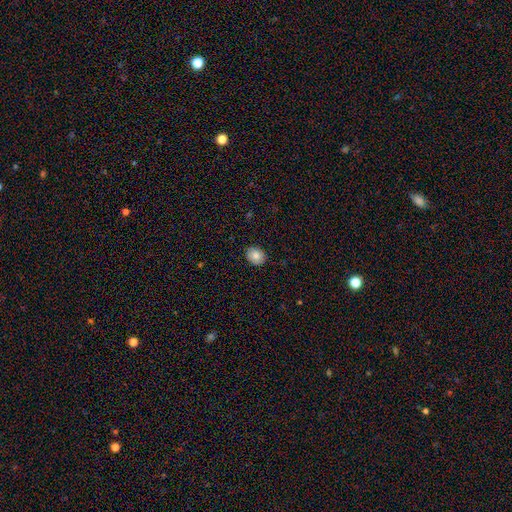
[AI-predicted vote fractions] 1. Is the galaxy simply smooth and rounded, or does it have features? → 83% smooth, 8% star or artifact, 8% featured or disk.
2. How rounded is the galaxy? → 59% round, 40% in between, 1% cigar-shaped.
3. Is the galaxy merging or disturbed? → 89% none, 8% minor disturbance, 2% major disturbance, 1% merger.